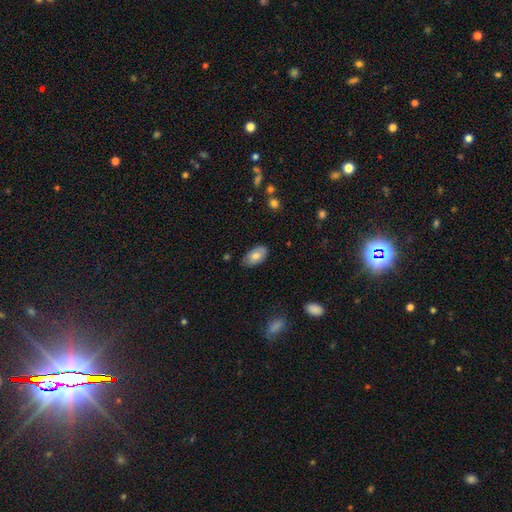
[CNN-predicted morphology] Smooth or featured?
  - smooth: 73% *
  - featured or disk: 20%
  - star or artifact: 7%
How rounded?
  - in between: 94% *
  - round: 4%
  - cigar-shaped: 2%
Merging?
  - none: 79% *
  - minor disturbance: 17%
  - major disturbance: 3%
  - merger: 1%